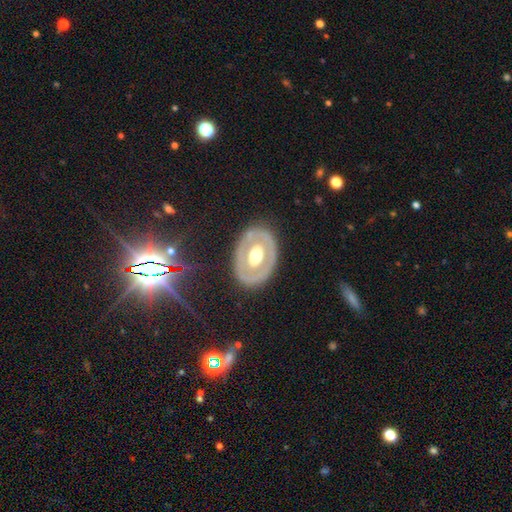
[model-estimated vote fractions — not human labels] featured or disk 61%, smooth 34%, star or artifact 5%. Down the decision tree: edge-on disk — no (91%); bar — no (76%); spiral arms — no (89%); bulge size — moderate (60%); merging — none (79%).